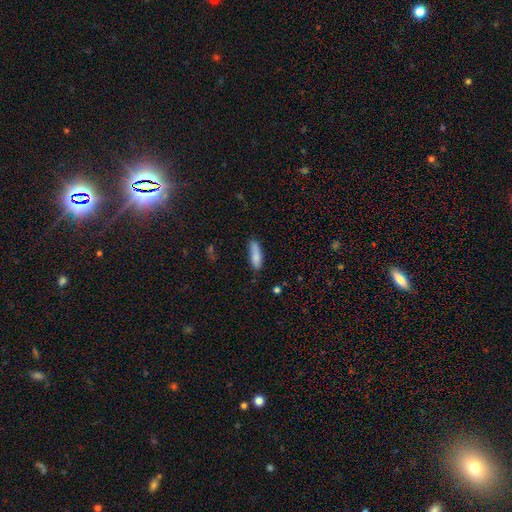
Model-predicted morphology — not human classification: Smooth or featured?
  - smooth: 85% *
  - featured or disk: 8%
  - star or artifact: 7%
How rounded?
  - cigar-shaped: 58% *
  - in between: 41%
  - round: 2%
Merging?
  - none: 72% *
  - minor disturbance: 20%
  - merger: 4%
  - major disturbance: 4%